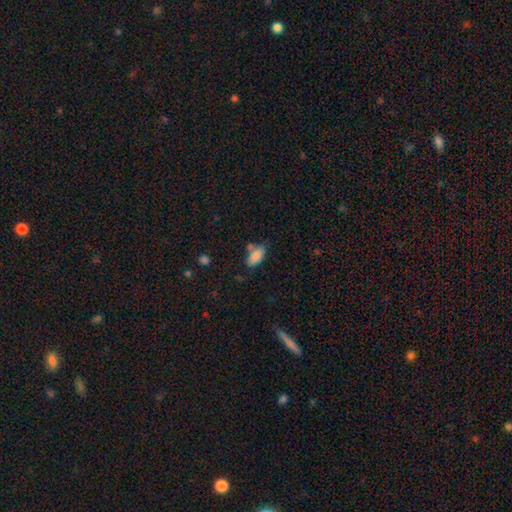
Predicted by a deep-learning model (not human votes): Smooth or featured: smooth — 85% (featured or disk — 7%)
How rounded: in between — 91% (cigar-shaped — 7%)
Merging: none — 61% (minor disturbance — 19%)